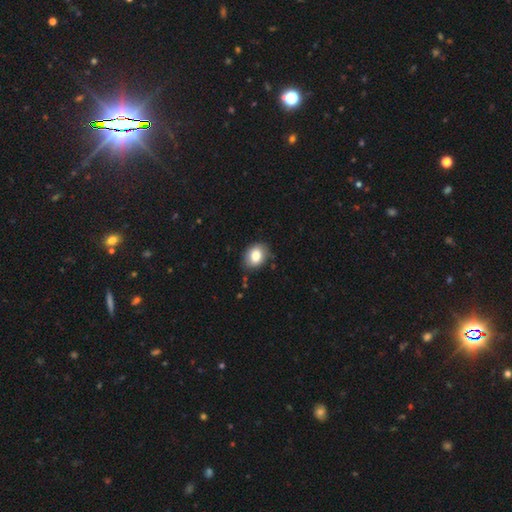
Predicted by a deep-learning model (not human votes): smooth 82%, featured or disk 10%, star or artifact 8%. Down the decision tree: how rounded — in between (63%); merging — none (78%).